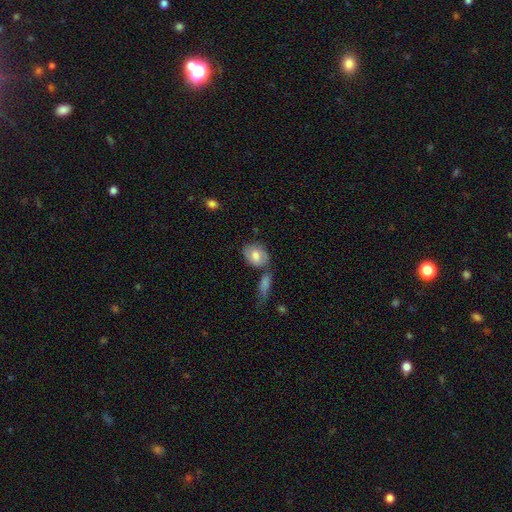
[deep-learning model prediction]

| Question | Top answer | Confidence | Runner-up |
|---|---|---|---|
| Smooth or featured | smooth | 72% | featured or disk (22%) |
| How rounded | in between | 69% | round (29%) |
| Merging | none | 59% | merger (18%) |